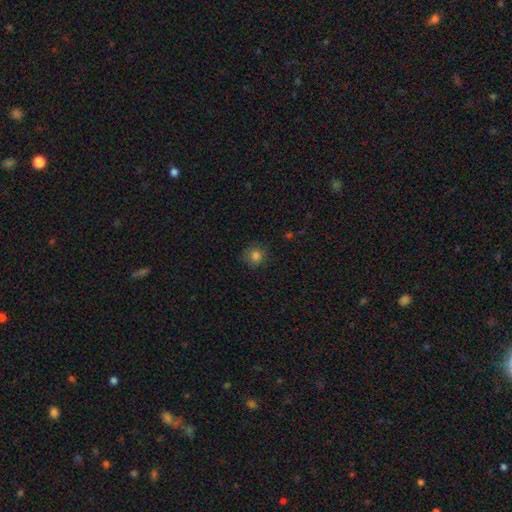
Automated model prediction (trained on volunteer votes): A smooth galaxy with no disk features (81%) that is round (89%).

Vote fractions:
- Smooth or featured? smooth: 81% / star or artifact: 13% / featured or disk: 6%
- How rounded? round: 89% / in between: 10% / cigar-shaped: 1%
- Merging? none: 82% / minor disturbance: 13% / major disturbance: 4% / merger: 1%